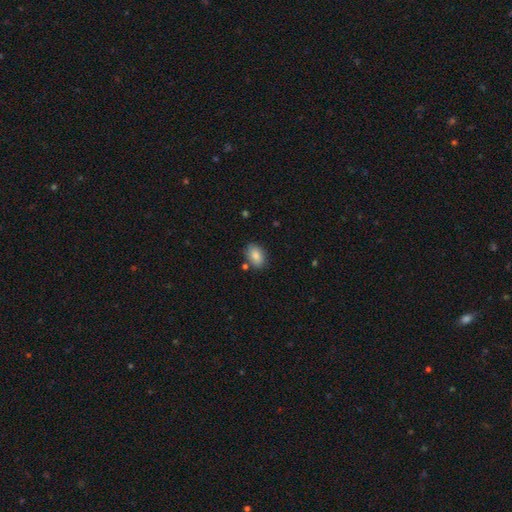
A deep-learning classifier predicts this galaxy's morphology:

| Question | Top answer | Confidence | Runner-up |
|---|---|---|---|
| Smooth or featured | smooth | 85% | star or artifact (8%) |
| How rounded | in between | 87% | round (12%) |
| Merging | none | 80% | minor disturbance (12%) |